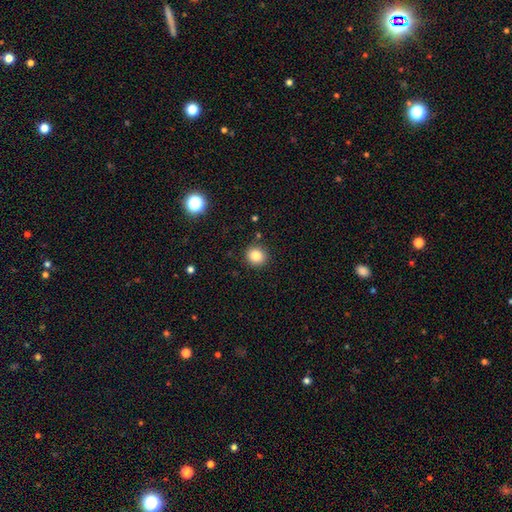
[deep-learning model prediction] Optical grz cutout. It shows a smooth galaxy with no disk features (84%) that is round (88%). Merging: none (88%).